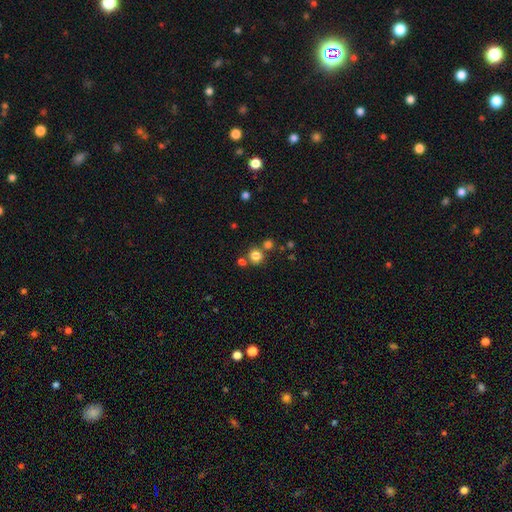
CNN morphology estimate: Overall: smooth (81%). How rounded: round (92%). Merging: none (71%).